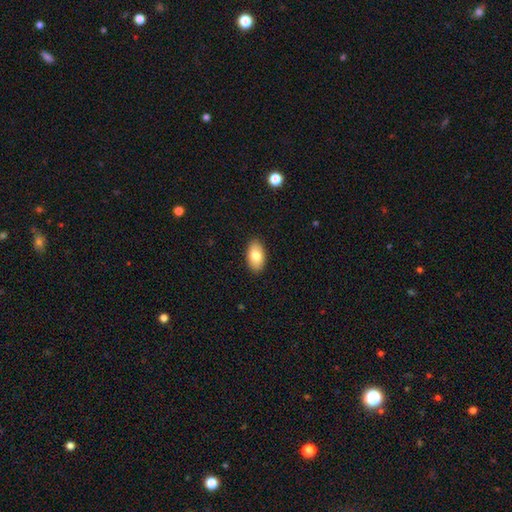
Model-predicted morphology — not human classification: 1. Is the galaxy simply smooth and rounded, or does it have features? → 80% smooth, 13% featured or disk, 7% star or artifact.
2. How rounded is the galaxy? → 94% in between, 5% round, 2% cigar-shaped.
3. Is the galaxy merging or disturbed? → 89% none, 8% minor disturbance, 2% major disturbance, 1% merger.